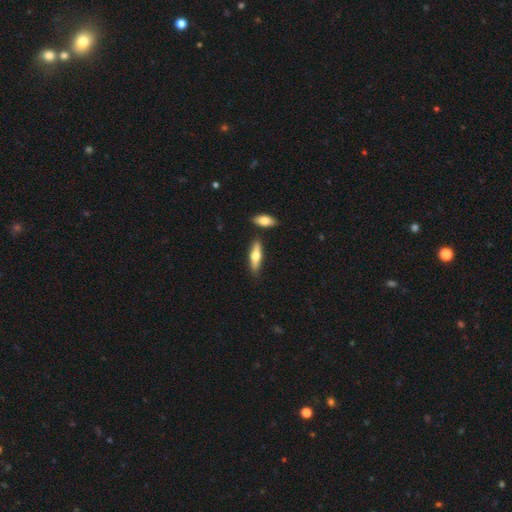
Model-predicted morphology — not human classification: Smooth or featured? Predicted: smooth (p=0.55). How rounded? Predicted: cigar-shaped (p=0.63). Merging? Predicted: none (p=0.80).